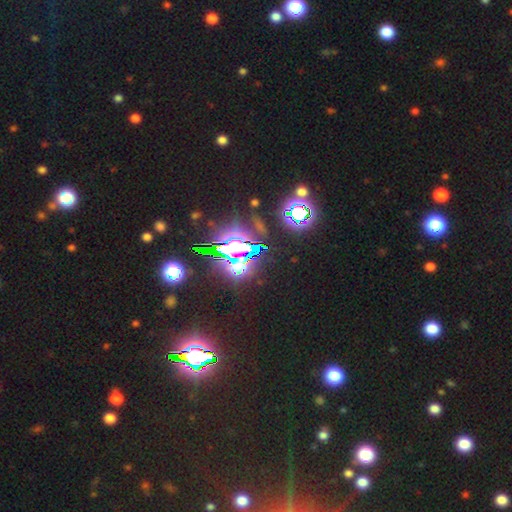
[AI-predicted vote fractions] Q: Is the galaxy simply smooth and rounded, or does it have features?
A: star or artifact — 84%.